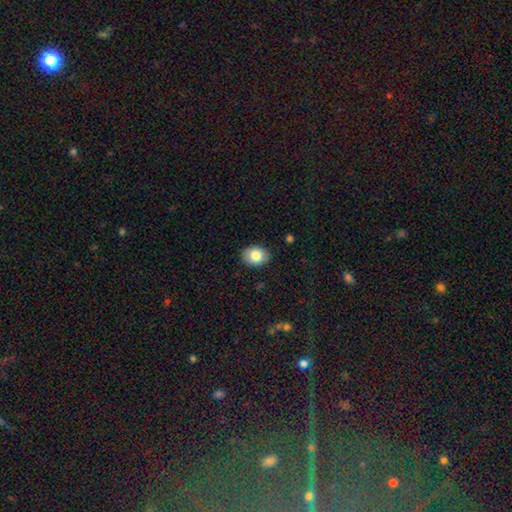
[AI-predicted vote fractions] A smooth galaxy with no disk features (80%) that is in between round and cigar-shaped (64%).

Vote fractions:
- Smooth or featured? smooth: 80% / featured or disk: 12% / star or artifact: 8%
- How rounded? in between: 64% / round: 35% / cigar-shaped: 1%
- Merging? none: 88% / minor disturbance: 9% / major disturbance: 2% / merger: 1%